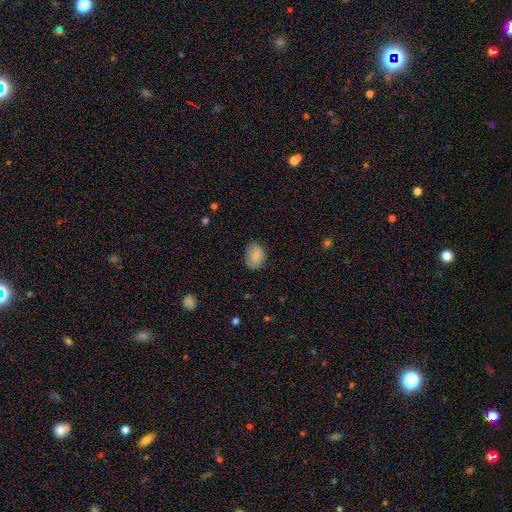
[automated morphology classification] This appears to be a smooth galaxy with no disk features (83%) that is in between round and cigar-shaped (78%). Merging: none (71%).